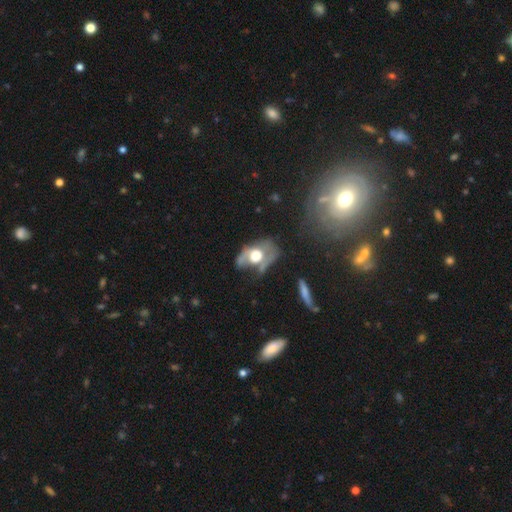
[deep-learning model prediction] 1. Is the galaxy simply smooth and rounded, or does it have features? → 65% featured or disk, 27% smooth, 7% star or artifact.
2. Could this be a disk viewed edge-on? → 89% no, 11% yes.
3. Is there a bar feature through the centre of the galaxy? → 78% no, 17% weak, 5% strong.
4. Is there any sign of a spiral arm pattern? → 52% yes, 48% no.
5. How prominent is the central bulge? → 49% large, 42% moderate, 6% dominant, 3% small, 1% none.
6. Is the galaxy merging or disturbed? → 38% none, 29% major disturbance, 26% minor disturbance, 7% merger.